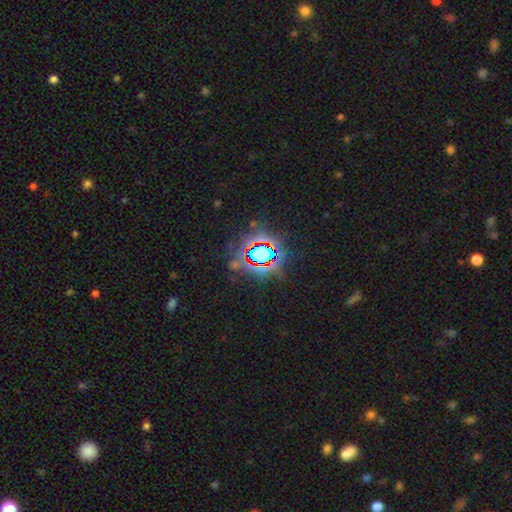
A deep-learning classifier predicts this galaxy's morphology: Q: Smooth or featured?
A: star or artifact (80%); runner-up: smooth (11%)